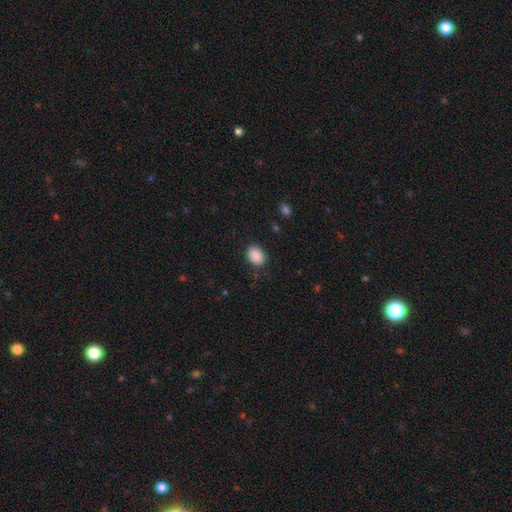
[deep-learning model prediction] Morphology: type=smooth (90%); roundness=in between (69%); merging=none (85%).